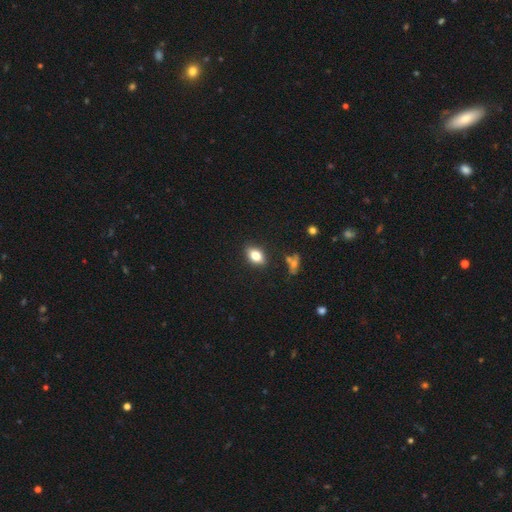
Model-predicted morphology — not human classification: Smooth or featured: smooth — 77% (featured or disk — 13%)
How rounded: in between — 79% (round — 17%)
Merging: none — 85% (minor disturbance — 10%)